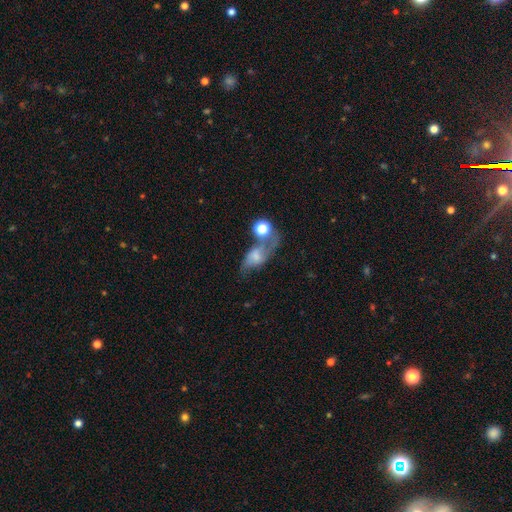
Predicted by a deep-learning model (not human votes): Smooth or featured? Predicted: featured or disk (p=0.49). Merging? Predicted: none (p=0.32).